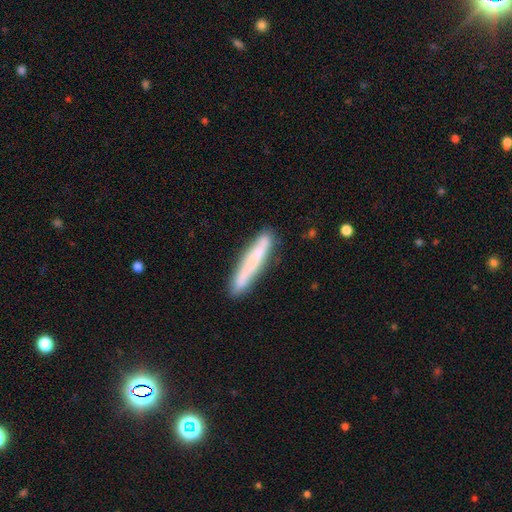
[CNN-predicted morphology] smooth 63%, featured or disk 30%, star or artifact 7%. Down the decision tree: how rounded — cigar-shaped (90%); merging — none (72%).